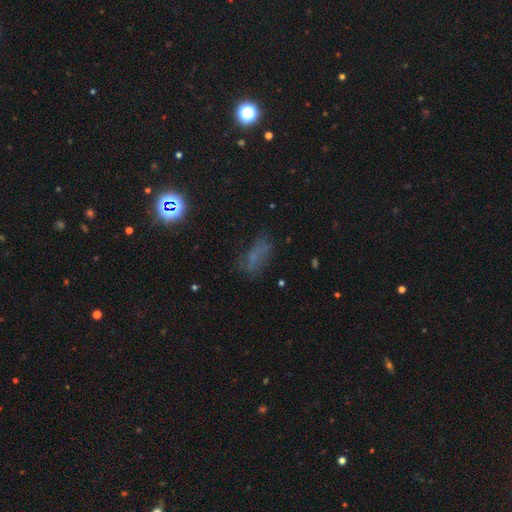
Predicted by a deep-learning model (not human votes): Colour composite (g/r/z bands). It shows a smooth galaxy with no disk features (45%). Merging: none (58%).